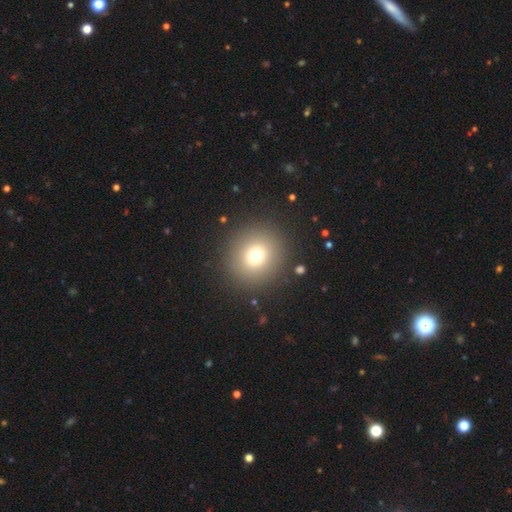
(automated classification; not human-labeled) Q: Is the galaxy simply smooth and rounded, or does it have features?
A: smooth — 73%.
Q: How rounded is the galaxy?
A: round — 93%.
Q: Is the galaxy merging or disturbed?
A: none — 89%.